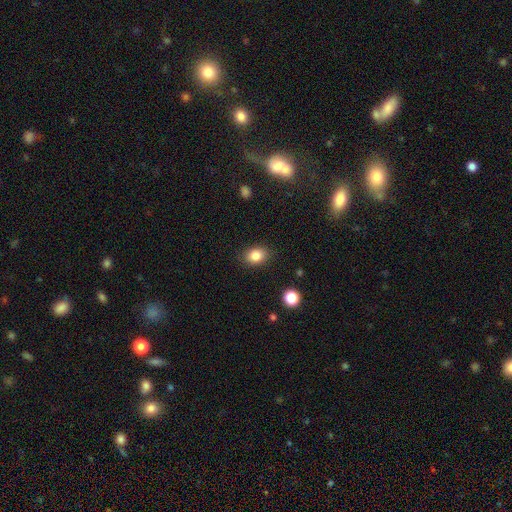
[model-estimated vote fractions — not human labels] smooth-or-featured: smooth: 84% | star or artifact: 10% | featured or disk: 6%
  how-rounded: in between: 66% | round: 33% | cigar-shaped: 1%
  merging: none: 86% | minor disturbance: 10% | major disturbance: 3% | merger: 1%